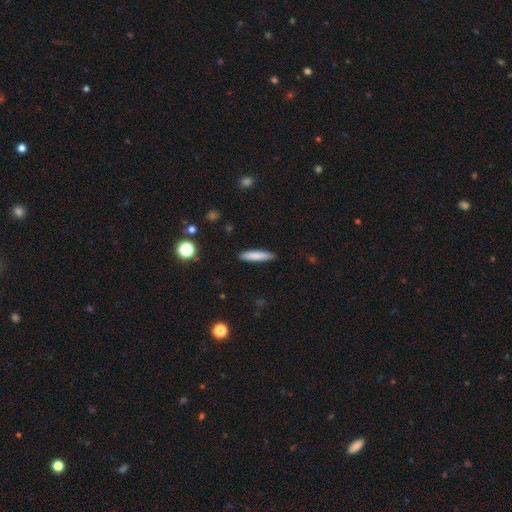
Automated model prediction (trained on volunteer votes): Smooth or featured?
  - smooth: 82% *
  - featured or disk: 12%
  - star or artifact: 7%
How rounded?
  - cigar-shaped: 84% *
  - in between: 14%
  - round: 1%
Merging?
  - none: 89% *
  - minor disturbance: 8%
  - major disturbance: 2%
  - merger: 1%